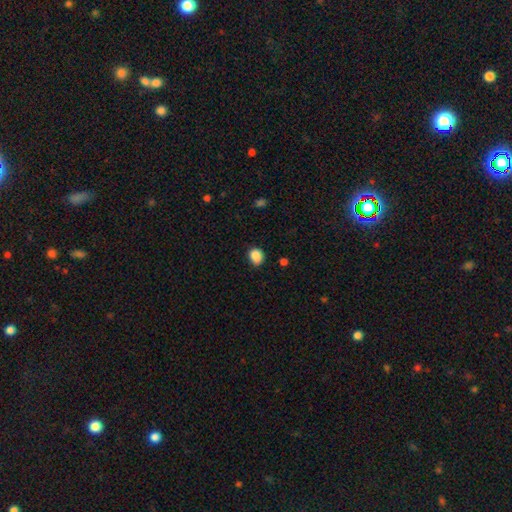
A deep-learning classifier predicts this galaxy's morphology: smooth-or-featured: smooth: 88% | star or artifact: 9% | featured or disk: 3%
  how-rounded: round: 67% | in between: 32% | cigar-shaped: 1%
  merging: none: 81% | minor disturbance: 15% | major disturbance: 3% | merger: 1%